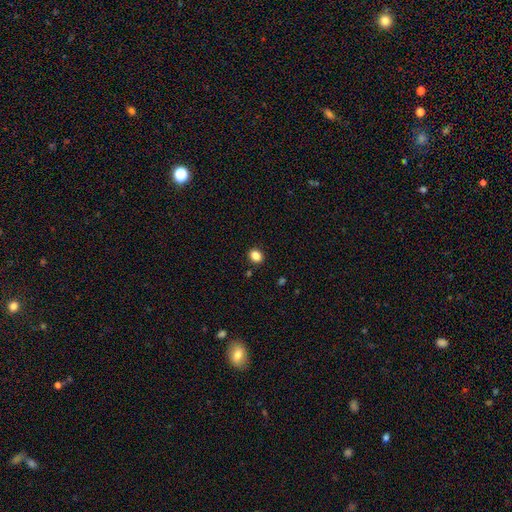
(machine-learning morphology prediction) smooth 85%, star or artifact 11%, featured or disk 4%. Down the decision tree: how rounded — round (53%); merging — none (90%).